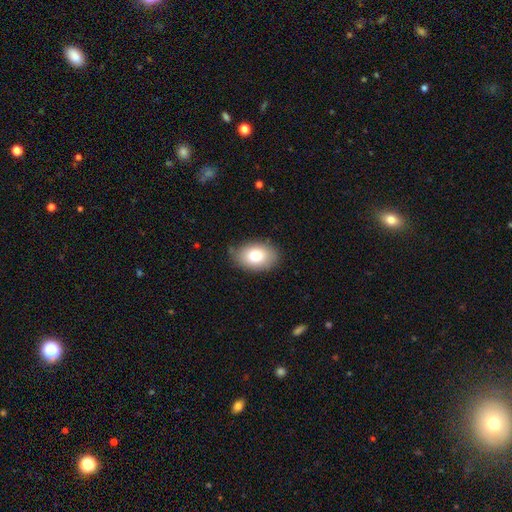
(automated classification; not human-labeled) smooth_or_featured: smooth (p=0.79) [alt: featured or disk p=0.13]
how_rounded: in between (p=0.85) [alt: round p=0.13]
merging: none (p=0.78) [alt: minor disturbance p=0.17]